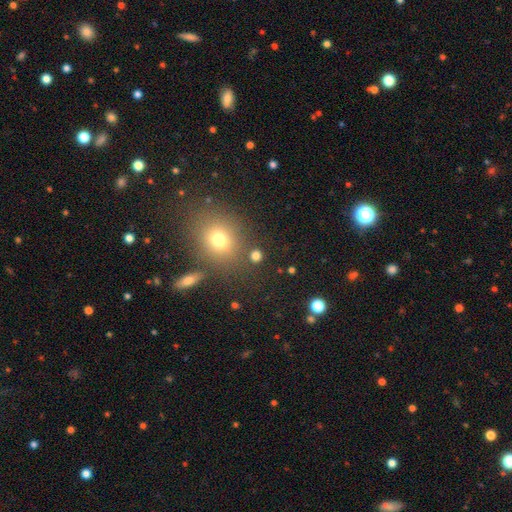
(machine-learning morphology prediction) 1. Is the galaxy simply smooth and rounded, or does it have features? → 75% smooth, 19% star or artifact, 6% featured or disk.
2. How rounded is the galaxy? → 81% round, 17% in between, 2% cigar-shaped.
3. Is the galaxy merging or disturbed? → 80% none, 8% merger, 8% minor disturbance, 4% major disturbance.